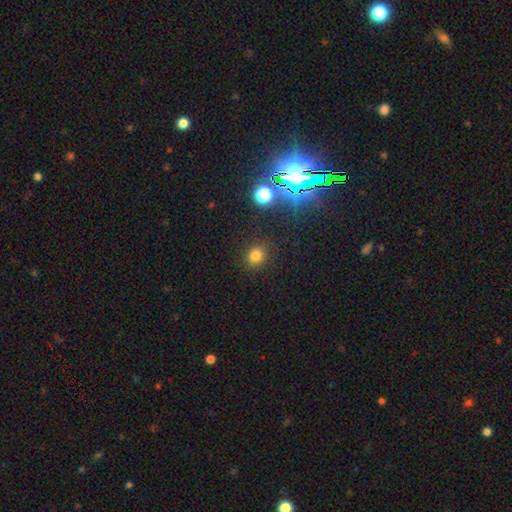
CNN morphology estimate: smooth-or-featured: smooth: 77% | star or artifact: 18% | featured or disk: 5%
  how-rounded: round: 82% | in between: 17% | cigar-shaped: 1%
  merging: none: 87% | minor disturbance: 8% | major disturbance: 3% | merger: 2%